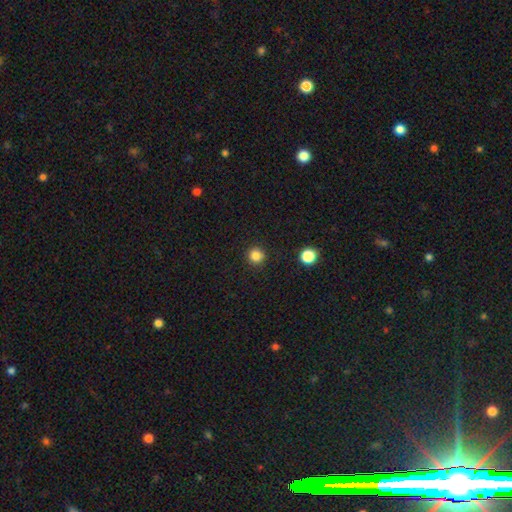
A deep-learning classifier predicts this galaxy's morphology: Smooth or featured: smooth — 84% (star or artifact — 12%)
How rounded: round — 94% (in between — 5%)
Merging: none — 92% (minor disturbance — 5%)